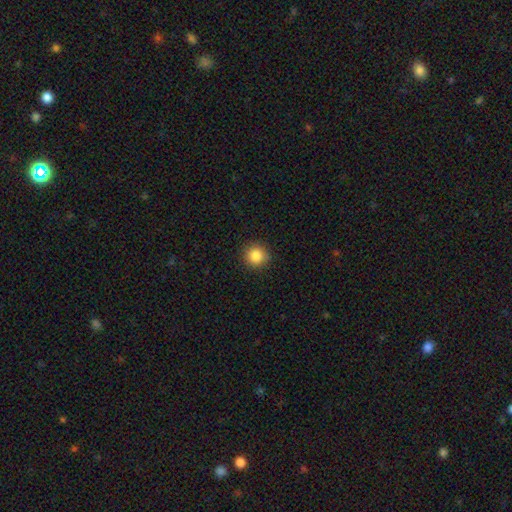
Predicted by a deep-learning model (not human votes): The model was most divided on "smooth or featured": smooth: 85%, star or artifact: 10%, featured or disk: 4%. More confident: how rounded — round (94%); merging — none (91%).